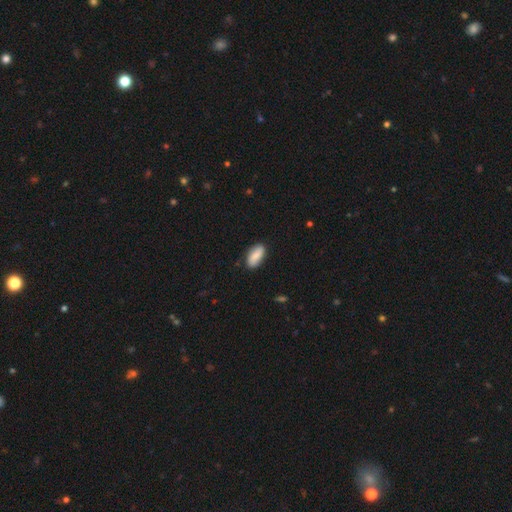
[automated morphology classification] Smooth or featured? smooth (74%)
How rounded? in between (87%)
Merging? none (84%)